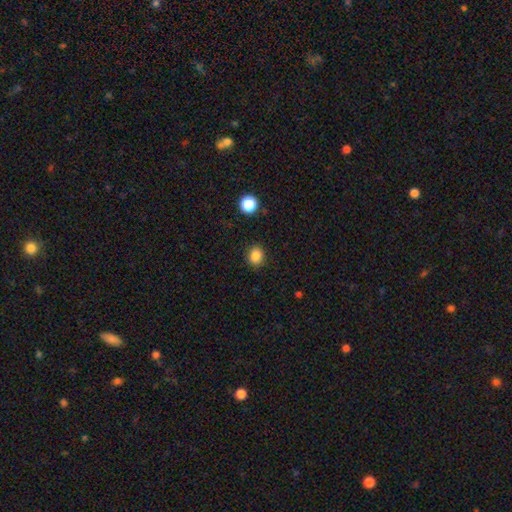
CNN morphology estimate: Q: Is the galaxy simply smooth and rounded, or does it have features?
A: smooth — 86%.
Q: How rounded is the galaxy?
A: round — 69%.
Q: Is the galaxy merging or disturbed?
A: none — 89%.